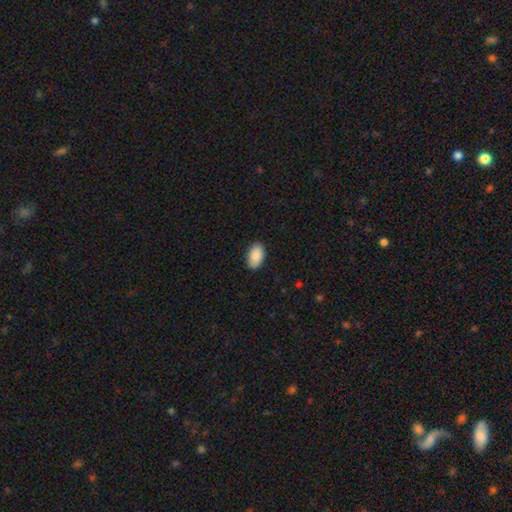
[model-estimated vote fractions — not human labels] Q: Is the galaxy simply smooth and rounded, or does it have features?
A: smooth — 89%.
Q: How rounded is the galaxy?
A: in between — 95%.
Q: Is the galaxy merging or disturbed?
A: none — 88%.